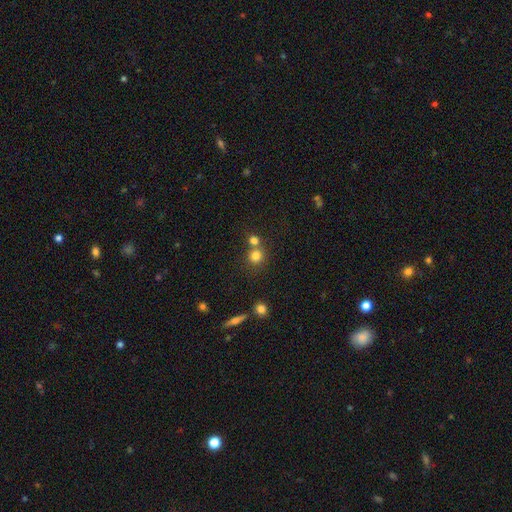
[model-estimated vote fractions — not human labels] The model was most divided on "merging": none: 56%, merger: 34%, minor disturbance: 7%, major disturbance: 3%. More confident: how rounded — round (88%); smooth or featured — smooth (78%).